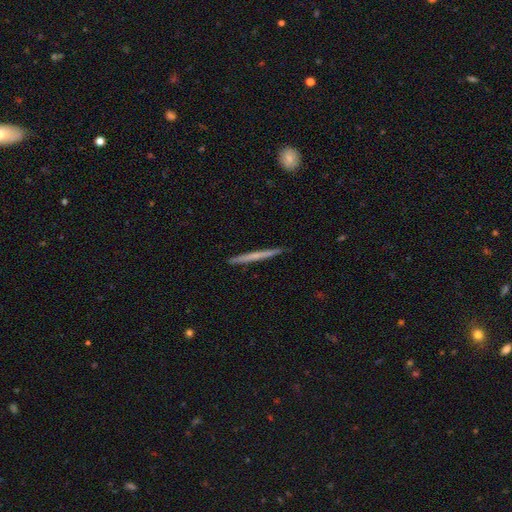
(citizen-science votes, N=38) Smooth or featured? smooth (50%)
How rounded? cigar-shaped (95%)
Merging? none (97%)